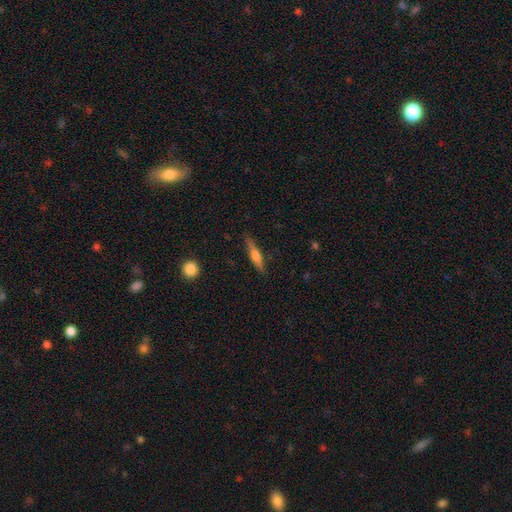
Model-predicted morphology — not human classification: A featured or disk galaxy (55%) viewed edge-on (96%) with a rounded central bulge (83%). Merging: none (86%).